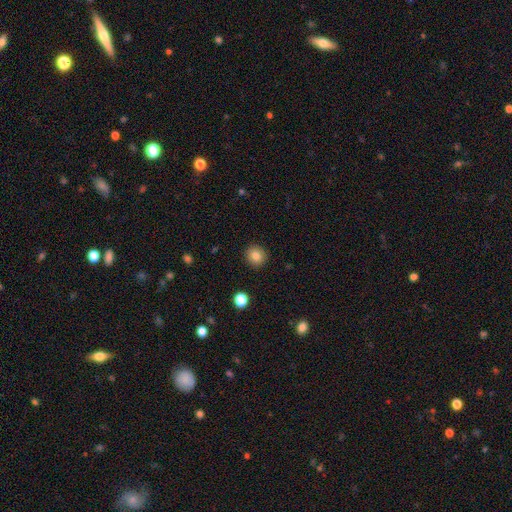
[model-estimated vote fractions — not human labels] This appears to be a smooth galaxy with no disk features (83%) that is round (89%). Merging: none (91%).